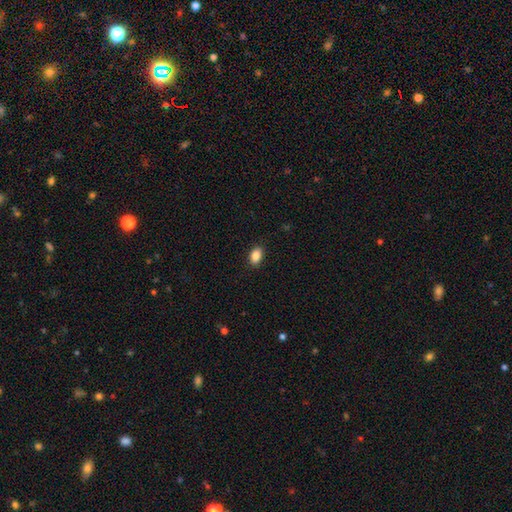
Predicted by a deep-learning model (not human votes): The model was most divided on "how rounded": in between: 87%, round: 12%, cigar-shaped: 2%. More confident: merging — none (88%); smooth or featured — smooth (87%).